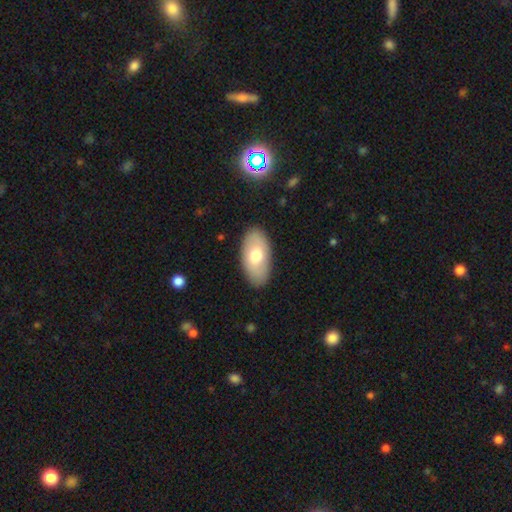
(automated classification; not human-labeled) Smooth or featured?
  - smooth: 66% *
  - featured or disk: 29%
  - star or artifact: 6%
How rounded?
  - in between: 94% *
  - round: 4%
  - cigar-shaped: 2%
Merging?
  - none: 86% *
  - minor disturbance: 10%
  - major disturbance: 3%
  - merger: 1%